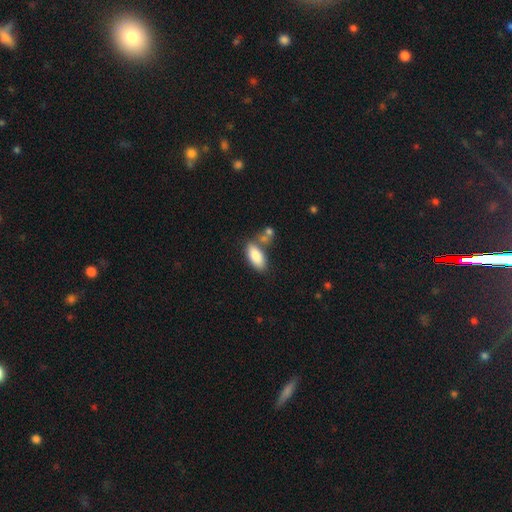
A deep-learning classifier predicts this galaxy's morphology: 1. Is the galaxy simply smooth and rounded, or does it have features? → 85% smooth, 8% featured or disk, 6% star or artifact.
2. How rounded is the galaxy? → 87% in between, 11% cigar-shaped, 2% round.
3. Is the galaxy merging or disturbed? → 61% none, 19% merger, 16% minor disturbance, 5% major disturbance.